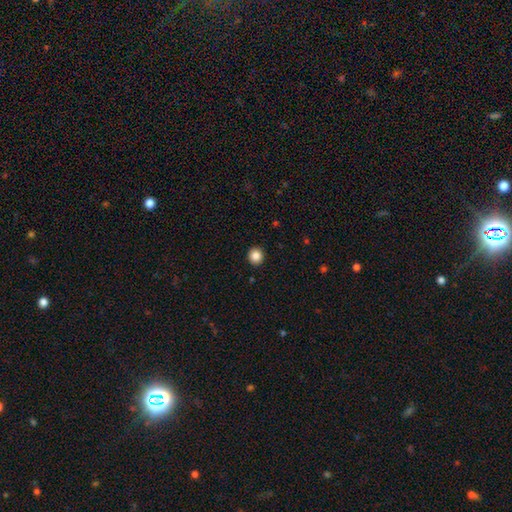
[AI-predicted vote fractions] Smooth or featured? Predicted: smooth (p=0.85). How rounded? Predicted: round (p=0.92). Merging? Predicted: none (p=0.93).